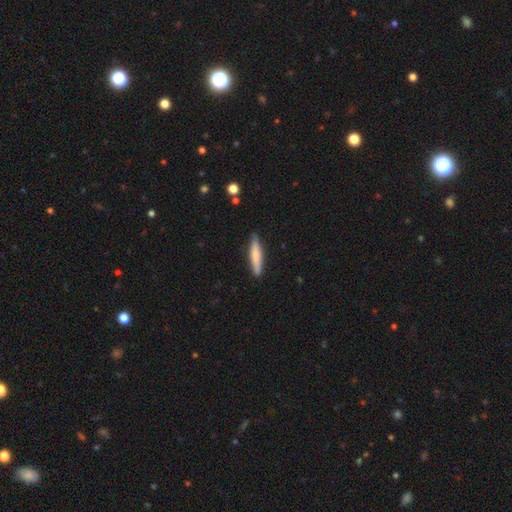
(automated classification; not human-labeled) A smooth galaxy with no disk features (73%) that is cigar-shaped (87%).

Vote fractions:
- Smooth or featured? smooth: 73% / featured or disk: 22% / star or artifact: 5%
- How rounded? cigar-shaped: 87% / in between: 12% / round: 1%
- Merging? none: 86% / minor disturbance: 11% / major disturbance: 2% / merger: 1%